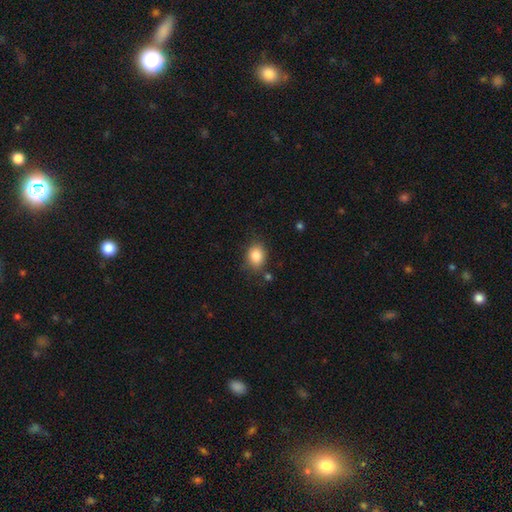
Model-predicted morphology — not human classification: smooth-or-featured: smooth: 85% | star or artifact: 9% | featured or disk: 6%
  how-rounded: in between: 56% | round: 43% | cigar-shaped: 1%
  merging: none: 78% | minor disturbance: 15% | major disturbance: 4% | merger: 3%